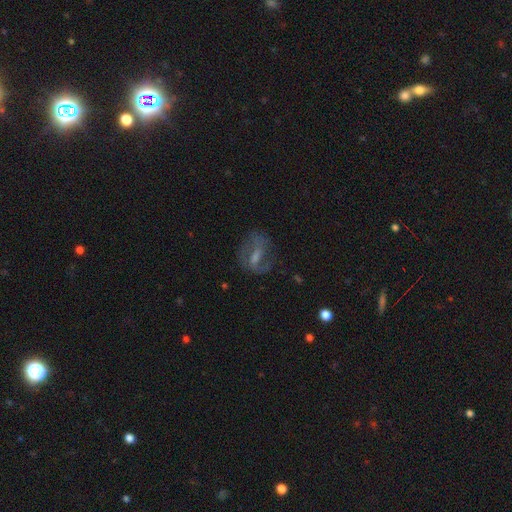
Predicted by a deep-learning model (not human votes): smooth_or_featured: featured or disk (p=0.62) [alt: smooth p=0.27]
disk_edge_on: no (p=0.93) [alt: yes p=0.07]
bar: weak (p=0.44) [alt: strong p=0.34]
has_spiral_arms: yes (p=0.69) [alt: no p=0.31]
bulge_size: moderate (p=0.35) [alt: small p=0.31]
merging: none (p=0.57) [alt: major disturbance p=0.21]